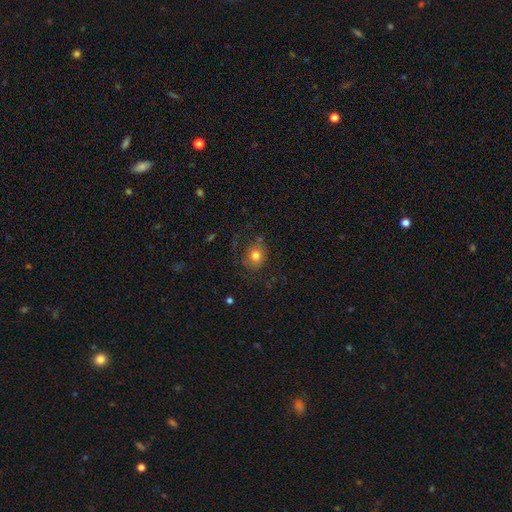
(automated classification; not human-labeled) Smooth or featured: smooth — 76% (featured or disk — 13%)
How rounded: round — 75% (in between — 24%)
Merging: none — 73% (minor disturbance — 17%)